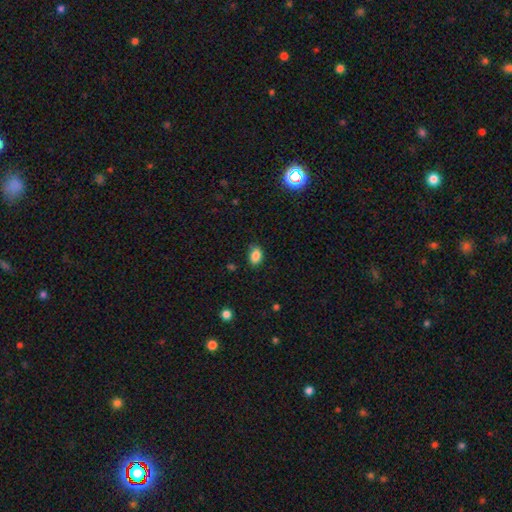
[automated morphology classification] Smooth or featured?
  - smooth: 86% *
  - star or artifact: 10%
  - featured or disk: 4%
How rounded?
  - in between: 83% *
  - round: 15%
  - cigar-shaped: 1%
Merging?
  - none: 81% *
  - minor disturbance: 15%
  - major disturbance: 3%
  - merger: 1%